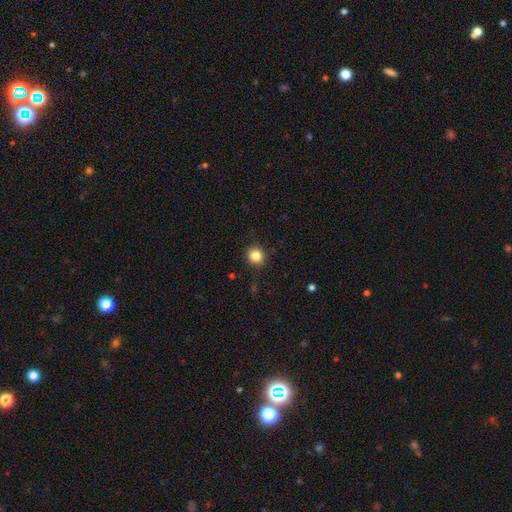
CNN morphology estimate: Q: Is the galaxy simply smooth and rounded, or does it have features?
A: smooth — 84%.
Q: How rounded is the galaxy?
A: round — 89%.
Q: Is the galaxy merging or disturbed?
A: none — 91%.